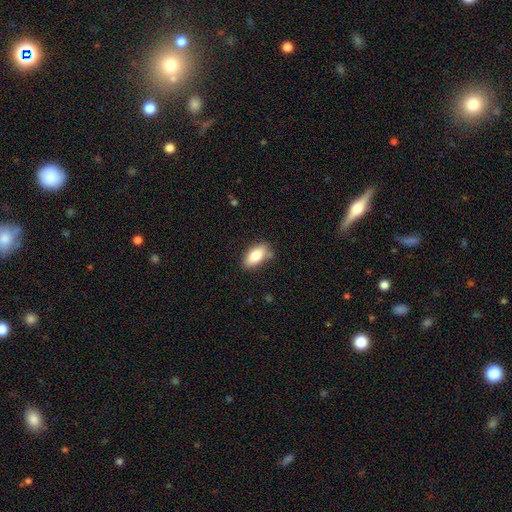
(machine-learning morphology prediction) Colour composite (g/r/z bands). It shows a smooth galaxy with no disk features (81%) that is in between round and cigar-shaped (89%). Merging: none (77%).